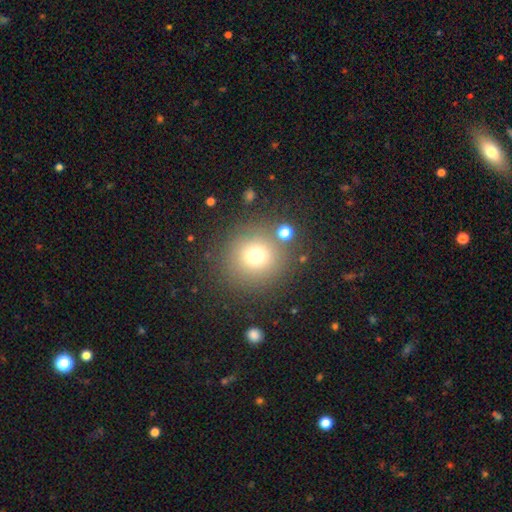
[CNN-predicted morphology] Smooth or featured? Predicted: smooth (p=0.72). How rounded? Predicted: round (p=0.93). Merging? Predicted: none (p=0.83).